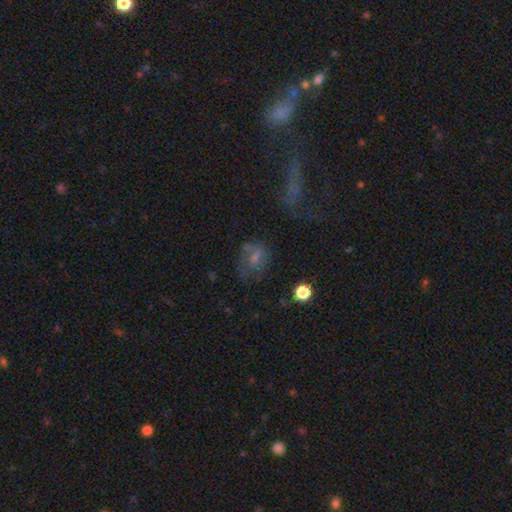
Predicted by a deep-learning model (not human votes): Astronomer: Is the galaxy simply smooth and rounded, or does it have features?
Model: smooth — 42% (runner-up: featured or disk, 35%).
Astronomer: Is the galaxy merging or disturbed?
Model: none — 55%.